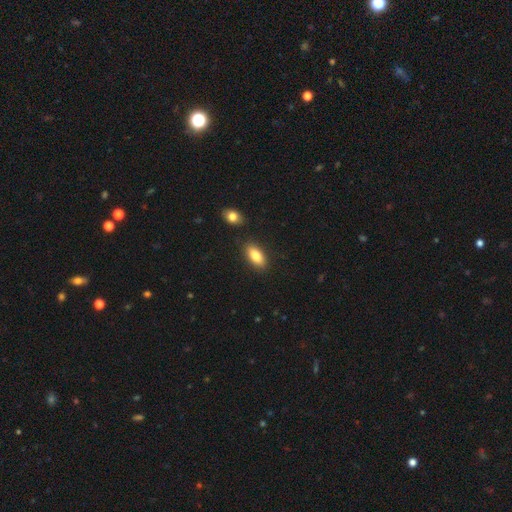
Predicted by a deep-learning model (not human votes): Smooth or featured?
  - smooth: 84% *
  - featured or disk: 9%
  - star or artifact: 7%
How rounded?
  - in between: 88% *
  - cigar-shaped: 9%
  - round: 3%
Merging?
  - none: 86% *
  - minor disturbance: 9%
  - merger: 3%
  - major disturbance: 2%